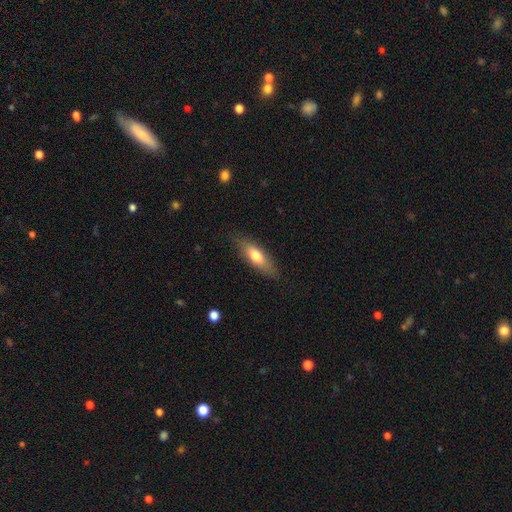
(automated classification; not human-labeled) The model was most divided on "how rounded": in between: 54%, cigar-shaped: 44%, round: 3%. More confident: merging — none (82%); smooth or featured — smooth (69%).